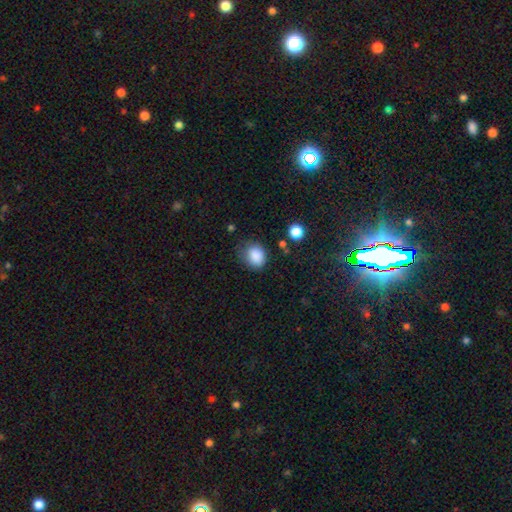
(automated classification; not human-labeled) Overall: smooth (86%). How rounded: in between (50%, tied with round). Merging: none (59%; minor disturbance 28%).